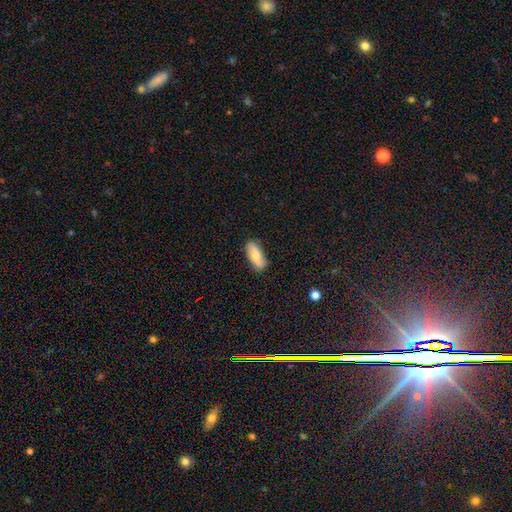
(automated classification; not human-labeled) Smooth or featured: smooth — 74% (featured or disk — 19%)
How rounded: in between — 80% (cigar-shaped — 18%)
Merging: none — 81% (minor disturbance — 15%)